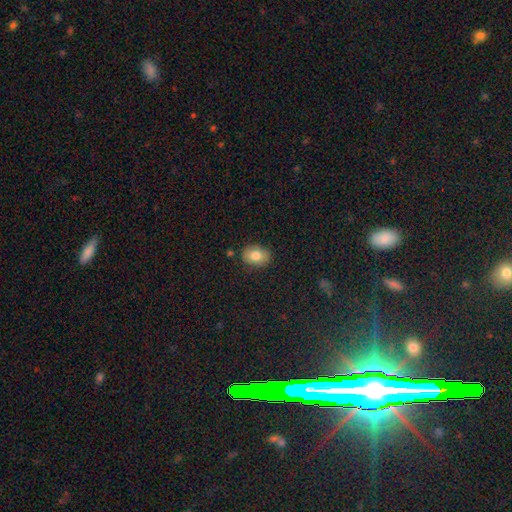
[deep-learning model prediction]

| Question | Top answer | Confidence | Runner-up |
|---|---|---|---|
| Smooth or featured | smooth | 79% | featured or disk (12%) |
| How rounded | in between | 71% | round (27%) |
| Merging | none | 83% | minor disturbance (12%) |